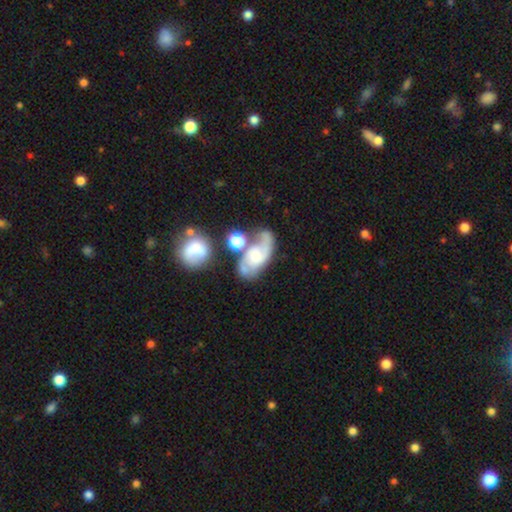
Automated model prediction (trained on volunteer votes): featured or disk 78%, smooth 15%, star or artifact 7%. Down the decision tree: edge-on disk — no (96%); bar — no (53%); spiral arms — yes (94%); spiral arm count — 2 (85%); spiral winding — medium (50%); bulge size — small (40%); merging — none (50%).